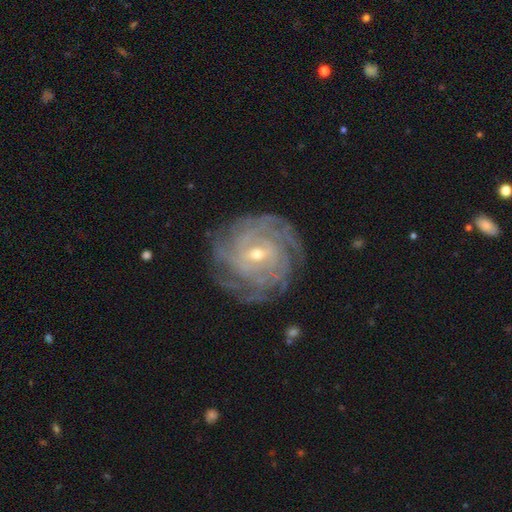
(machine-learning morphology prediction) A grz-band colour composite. It shows a featured or disk galaxy (86%) with a weak bar (48%), tight (77%) spiral arms (96%) and a small central bulge (59%). Merging: none (81%).